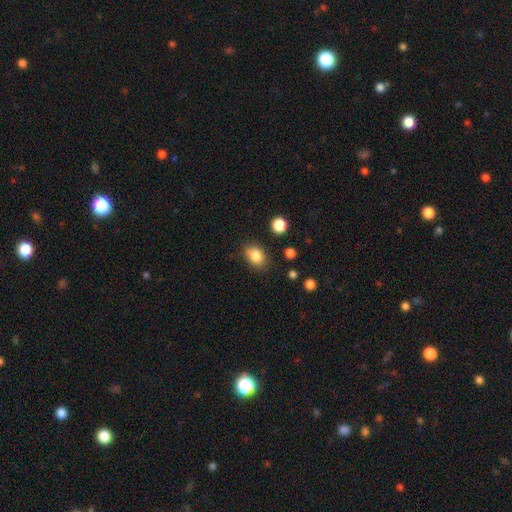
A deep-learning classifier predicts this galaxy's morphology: Smooth or featured? smooth (85%)
How rounded? in between (70%)
Merging? none (81%)